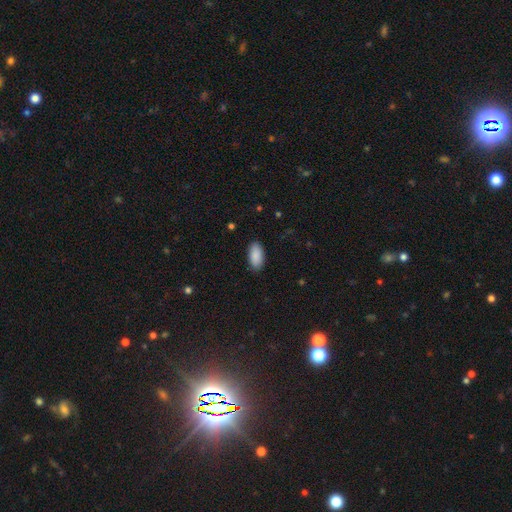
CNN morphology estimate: Smooth or featured?
  - smooth: 90% *
  - star or artifact: 6%
  - featured or disk: 4%
How rounded?
  - in between: 94% *
  - cigar-shaped: 4%
  - round: 2%
Merging?
  - none: 88% *
  - minor disturbance: 9%
  - major disturbance: 2%
  - merger: 1%